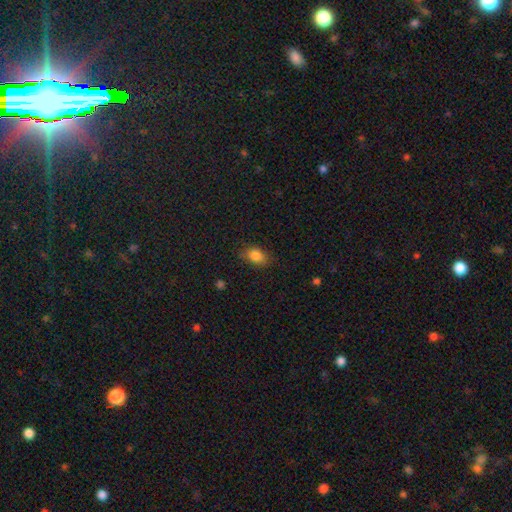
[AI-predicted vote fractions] The model was most divided on "how rounded": in between: 73%, round: 26%, cigar-shaped: 2%. More confident: smooth or featured — smooth (84%); merging — none (78%).